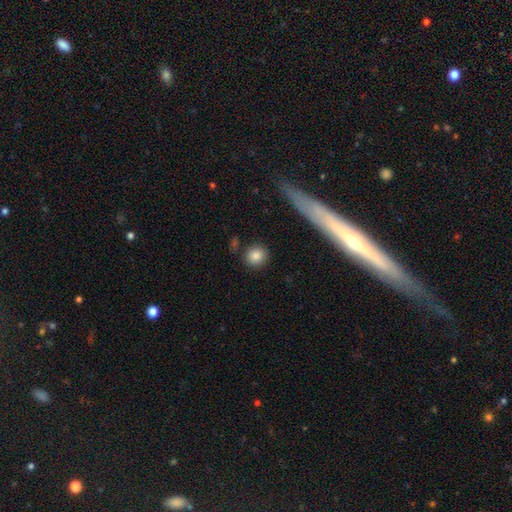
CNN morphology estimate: The model was most divided on "how rounded": round: 87%, in between: 11%, cigar-shaped: 2%. More confident: merging — none (85%); smooth or featured — smooth (85%).